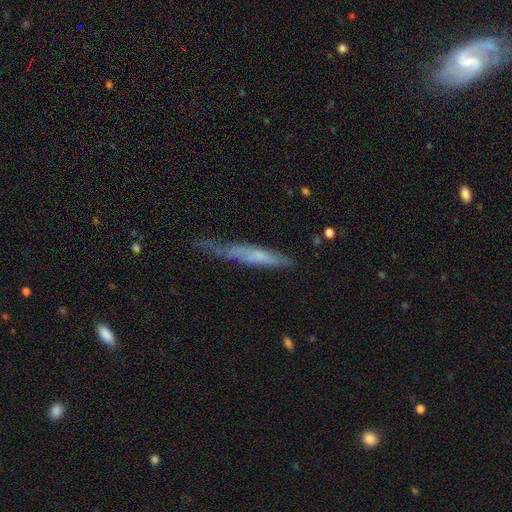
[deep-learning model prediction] Smooth or featured: smooth — 50% (featured or disk — 43%)
How rounded: cigar-shaped — 92% (in between — 7%)
Merging: none — 47% (minor disturbance — 35%)